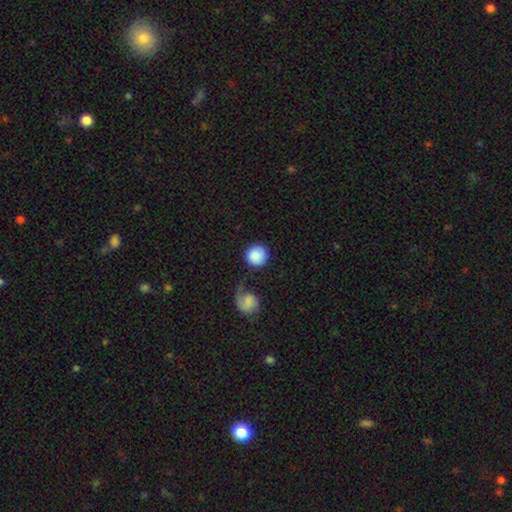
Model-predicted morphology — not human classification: Smooth or featured? smooth (85%)
How rounded? round (94%)
Merging? none (69%)